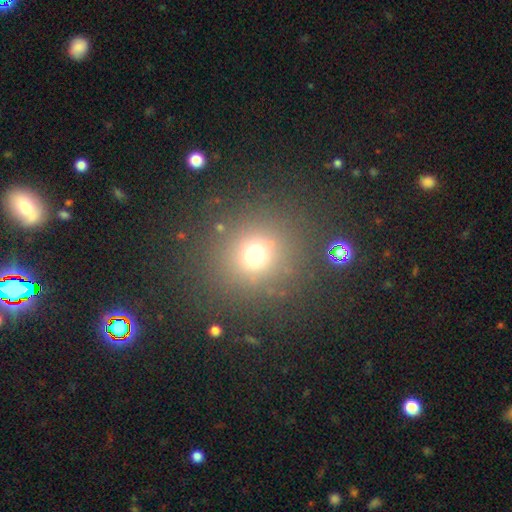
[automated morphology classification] Overall: smooth (57%; star or artifact 35%). How rounded: round (90%). Merging: none (88%).